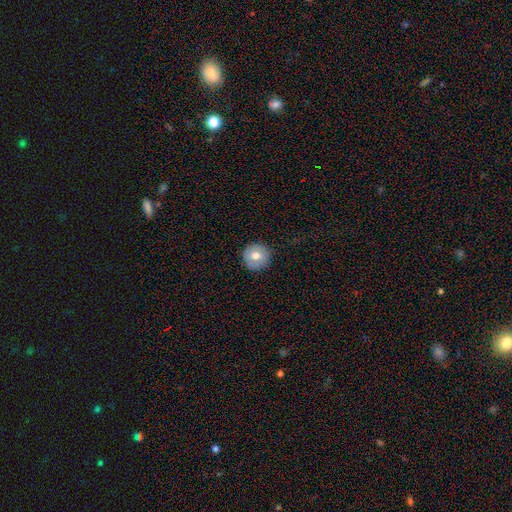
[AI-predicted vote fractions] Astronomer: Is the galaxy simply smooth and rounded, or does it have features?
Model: smooth — 70%.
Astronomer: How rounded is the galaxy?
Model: round — 94%.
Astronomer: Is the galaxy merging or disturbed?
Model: none — 89%.